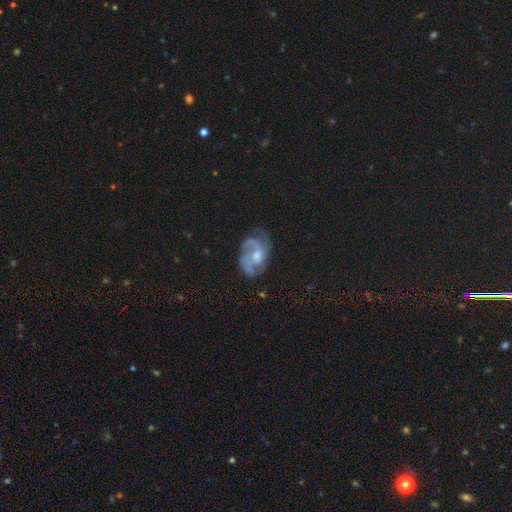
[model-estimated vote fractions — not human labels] Smooth or featured: featured or disk — 77% (smooth — 16%)
Edge-on disk: no — 97% (yes — 3%)
Bar: no — 69% (weak — 27%)
Spiral arms: yes — 89% (no — 11%)
Spiral winding: medium — 48% (tight — 28%)
Spiral arm count: 3 — 38% (2 — 24%)
Bulge size: moderate — 59% (small — 27%)
Merging: none — 56% (minor disturbance — 24%)